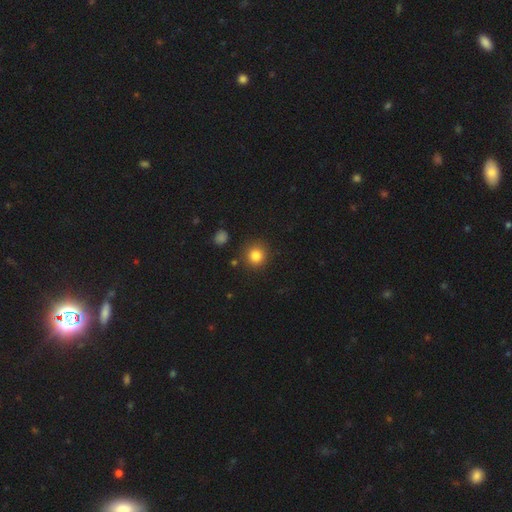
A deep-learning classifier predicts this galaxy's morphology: Smooth or featured? Predicted: smooth (p=0.84). How rounded? Predicted: round (p=0.92). Merging? Predicted: none (p=0.88).